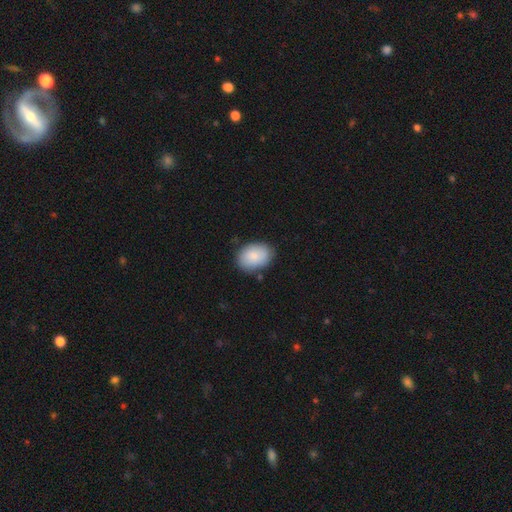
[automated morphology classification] smooth 84%, featured or disk 10%, star or artifact 6%. Down the decision tree: how rounded — in between (78%); merging — none (80%).